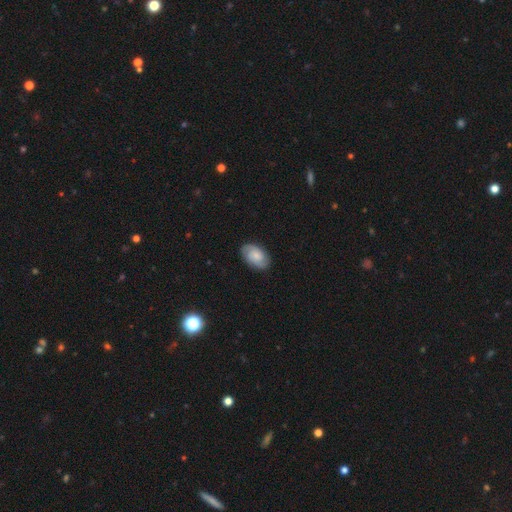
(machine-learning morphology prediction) type=featured or disk (60%); edge-on=no (96%); bar=no (66%); spiral arms=yes (93%); winding=tight (52%); arm count=2 (70%); bulge=small (46%); merging=none (85%).